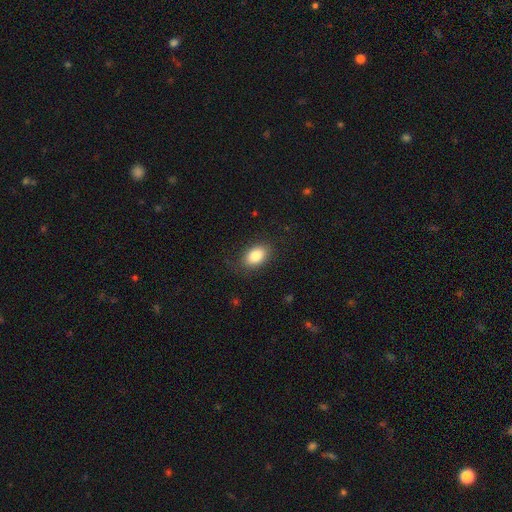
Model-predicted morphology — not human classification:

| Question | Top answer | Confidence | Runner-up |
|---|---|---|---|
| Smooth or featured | smooth | 84% | featured or disk (8%) |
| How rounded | in between | 86% | round (13%) |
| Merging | none | 84% | minor disturbance (11%) |